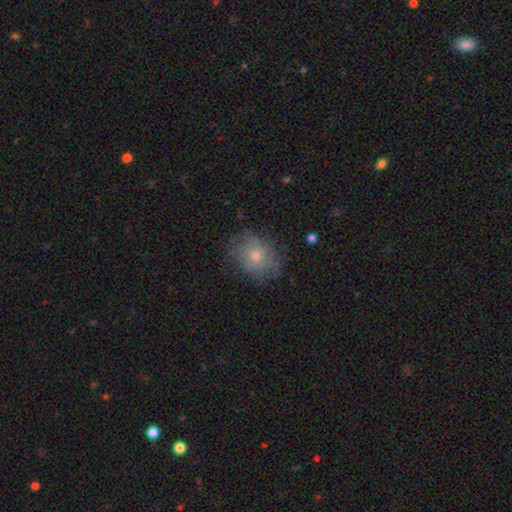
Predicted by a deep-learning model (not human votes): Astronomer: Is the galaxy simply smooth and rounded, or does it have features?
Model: smooth — 56% (runner-up: featured or disk, 33%).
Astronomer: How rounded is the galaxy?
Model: round — 51% (runner-up: in between, 48%).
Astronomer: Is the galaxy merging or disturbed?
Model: none — 70%.